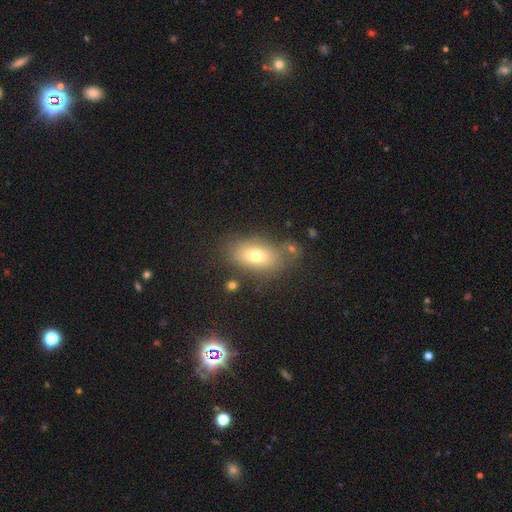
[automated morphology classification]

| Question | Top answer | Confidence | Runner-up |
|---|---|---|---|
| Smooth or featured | smooth | 70% | featured or disk (18%) |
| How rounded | in between | 85% | round (10%) |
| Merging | none | 72% | minor disturbance (15%) |